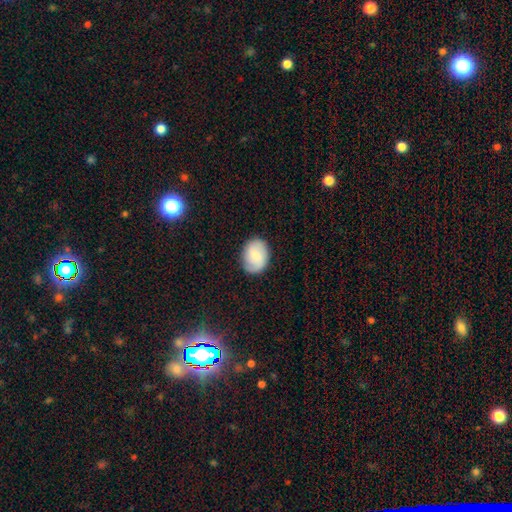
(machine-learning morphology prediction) A smooth galaxy with no disk features (66%) that is in between round and cigar-shaped (62%). Merging: none (84%).